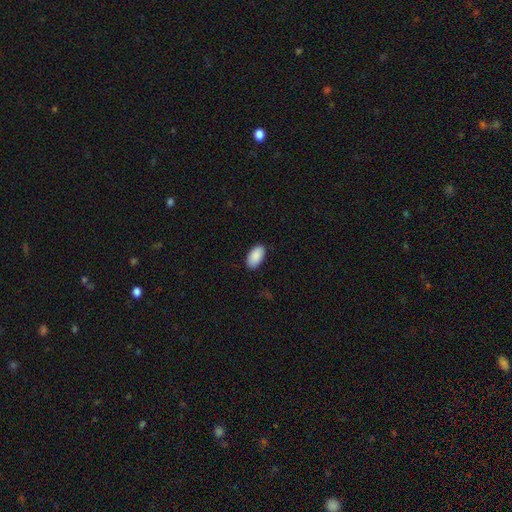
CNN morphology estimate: This appears to be a smooth galaxy with no disk features (91%) that is in between round and cigar-shaped (96%). Merging: none (87%).